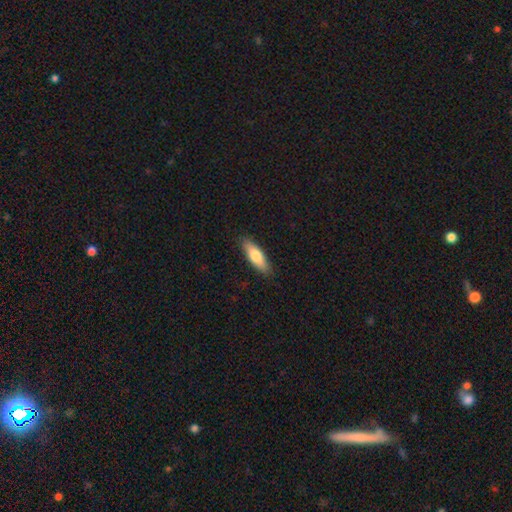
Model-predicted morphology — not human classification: Smooth or featured? smooth (73%)
How rounded? in between (53%)
Merging? none (88%)